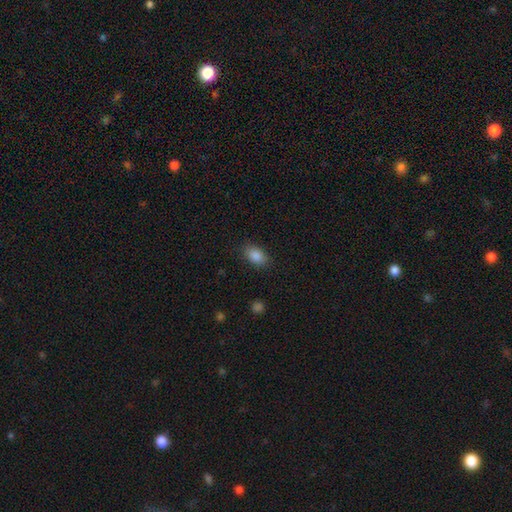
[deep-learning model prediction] Morphology: type=smooth (87%); roundness=in between (86%); merging=none (83%).